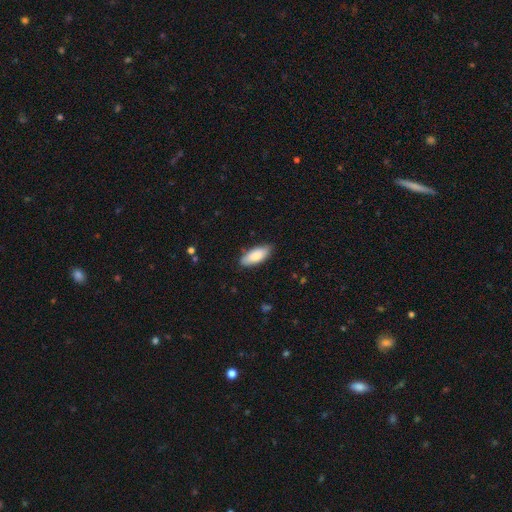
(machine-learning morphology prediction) smooth_or_featured: smooth (p=0.83) [alt: featured or disk p=0.11]
how_rounded: in between (p=0.82) [alt: cigar-shaped p=0.17]
merging: none (p=0.83) [alt: minor disturbance p=0.14]